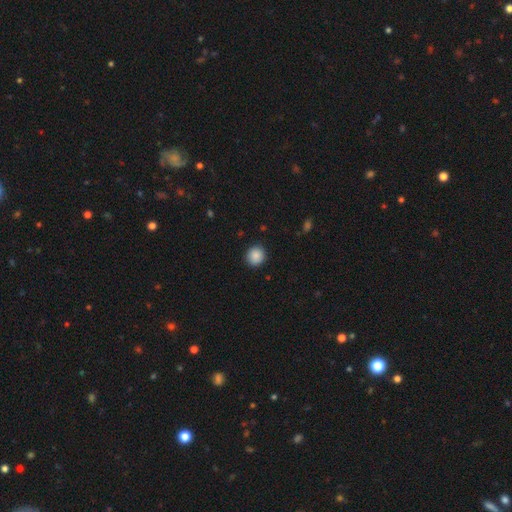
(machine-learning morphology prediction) smooth_or_featured: smooth (p=0.89) [alt: star or artifact p=0.08]
how_rounded: round (p=0.90) [alt: in between p=0.09]
merging: none (p=0.90) [alt: minor disturbance p=0.07]